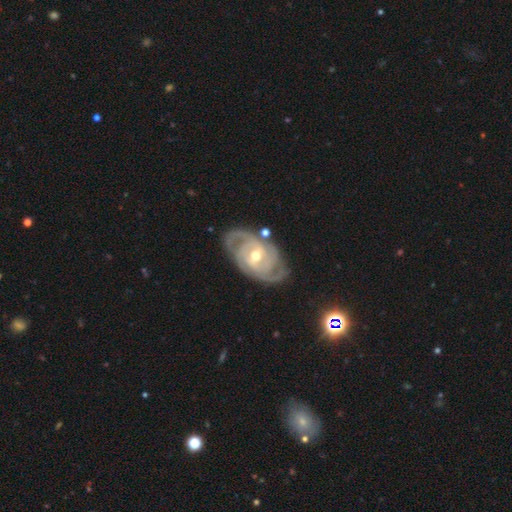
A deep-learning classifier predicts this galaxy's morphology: Smooth or featured? featured or disk (91%)
Edge-on disk? no (97%)
Bar? weak (42%, tied with no)
Spiral arms? yes (98%)
Spiral winding? tight (67%)
Spiral arm count? 3 (36%)
Bulge size? moderate (56%)
Merging? none (77%)